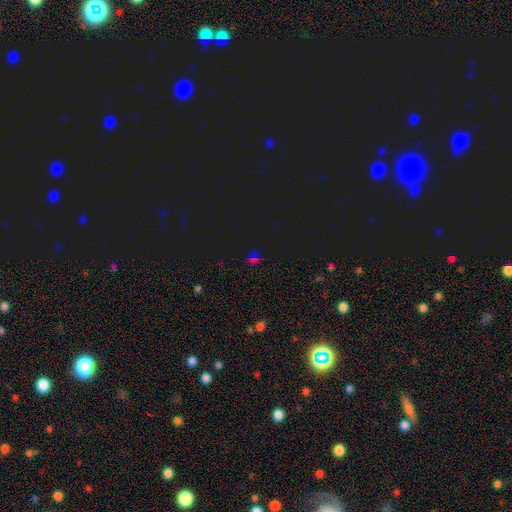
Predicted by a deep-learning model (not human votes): Smooth or featured? Predicted: star or artifact (p=0.63).